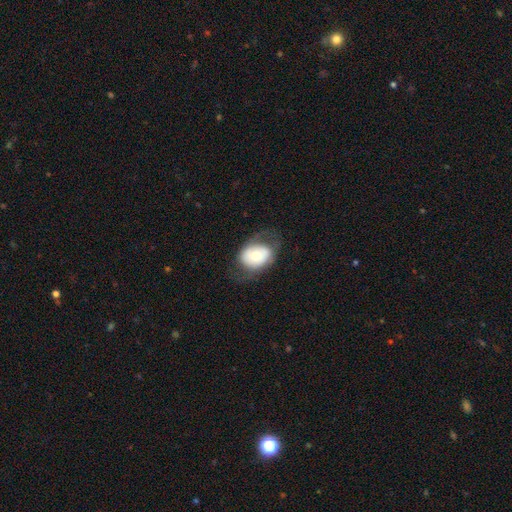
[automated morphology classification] type=smooth (54%); roundness=in between (65%); merging=none (60%).